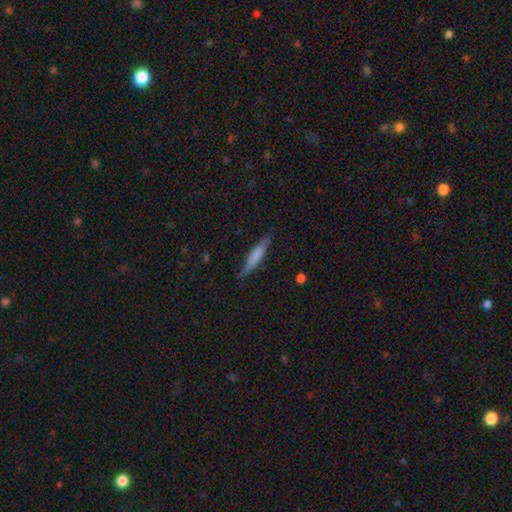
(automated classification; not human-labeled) Overall: smooth (56%; featured or disk 38%). How rounded: cigar-shaped (91%). Merging: none (85%).